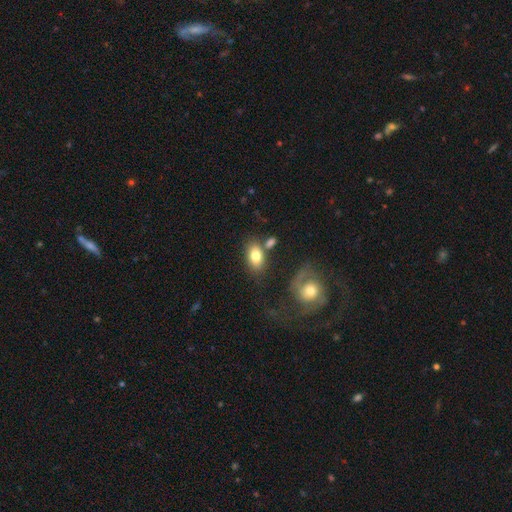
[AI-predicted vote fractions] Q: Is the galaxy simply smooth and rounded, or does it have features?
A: smooth — 78%.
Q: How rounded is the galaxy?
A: in between — 88%.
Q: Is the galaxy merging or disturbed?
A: none — 65%.